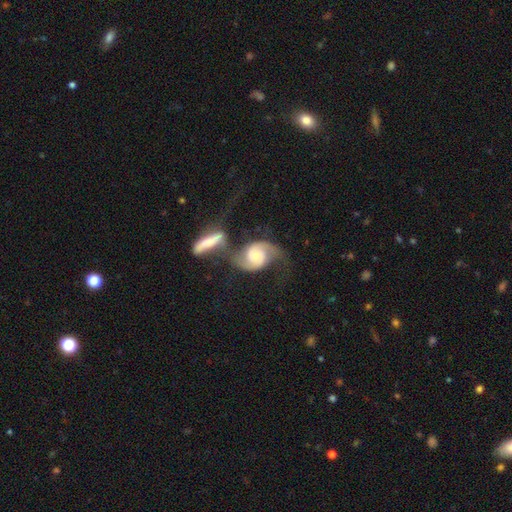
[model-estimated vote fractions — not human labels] Smooth or featured? featured or disk (84%)
Edge-on disk? no (96%)
Bar? no (62%)
Spiral arms? yes (96%)
Spiral winding? medium (44%)
Spiral arm count? 2 (91%)
Bulge size? moderate (46%)
Merging? merger (49%)